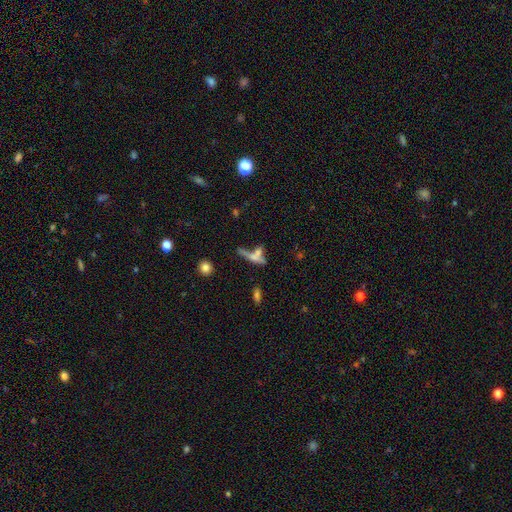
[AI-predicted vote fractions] A smooth galaxy with no disk features (52%) that is cigar-shaped (60%). Merging: merger (41%).